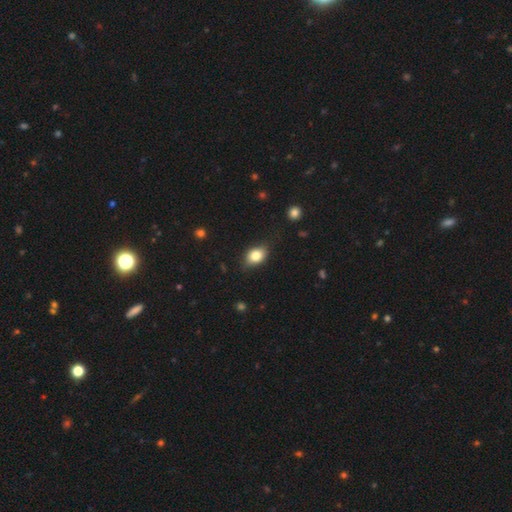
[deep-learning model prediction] Overall: smooth (81%). How rounded: in between (77%). Merging: none (79%).